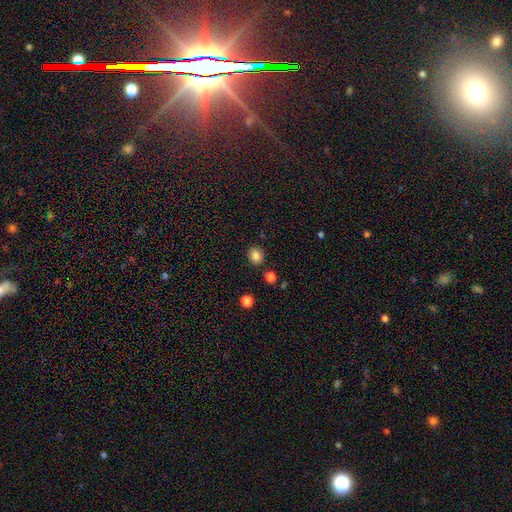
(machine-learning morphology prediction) Smooth or featured: smooth — 84% (star or artifact — 11%)
How rounded: round — 67% (in between — 32%)
Merging: none — 85% (minor disturbance — 9%)